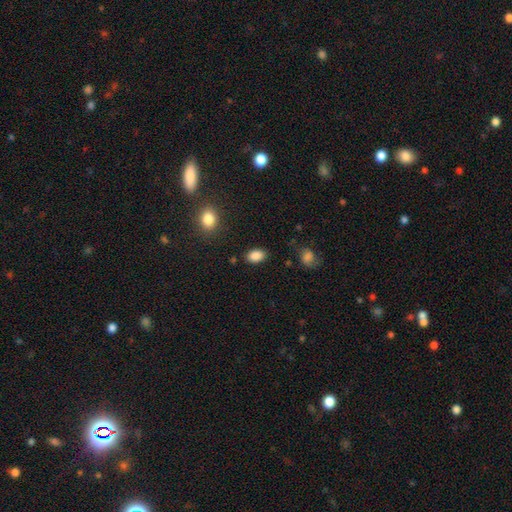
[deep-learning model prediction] smooth-or-featured: smooth: 88% | star or artifact: 8% | featured or disk: 4%
  how-rounded: in between: 86% | round: 13% | cigar-shaped: 1%
  merging: none: 85% | minor disturbance: 10% | major disturbance: 3% | merger: 2%